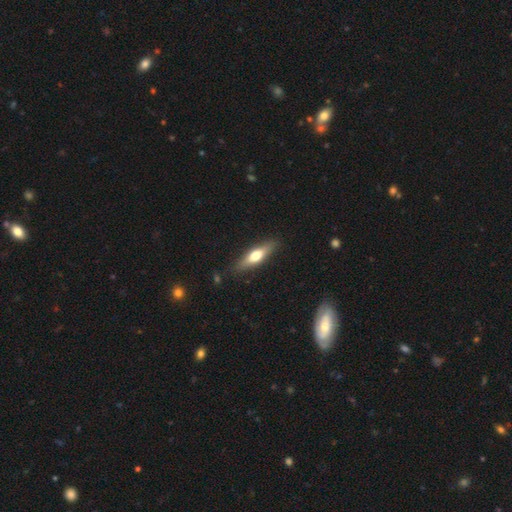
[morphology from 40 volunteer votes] smooth-or-featured: smooth: 57% | featured or disk: 40% | star or artifact: 2%
  how-rounded: cigar-shaped: 52% | in between: 39% | round: 9%
  merging: none: 82% | minor disturbance: 8% | major disturbance: 8% | merger: 3%